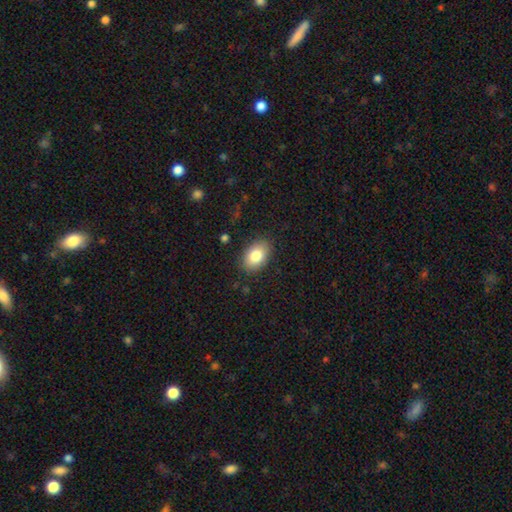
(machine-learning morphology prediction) Q: Smooth or featured?
A: smooth (82%); runner-up: featured or disk (11%)
Q: How rounded?
A: in between (87%); runner-up: round (12%)
Q: Merging?
A: none (86%); runner-up: minor disturbance (10%)